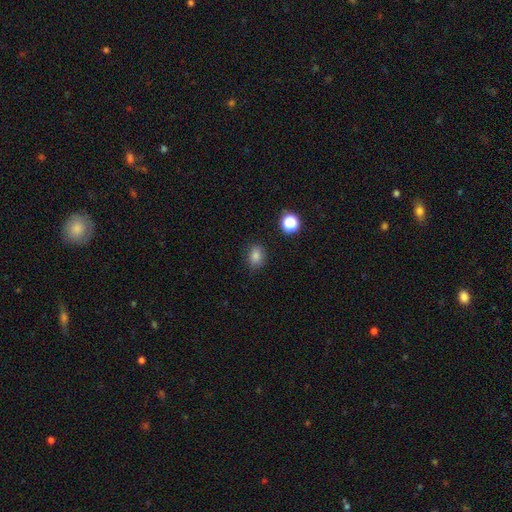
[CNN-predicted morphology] smooth_or_featured: smooth (p=0.82) [alt: star or artifact p=0.13]
how_rounded: in between (p=0.60) [alt: round p=0.39]
merging: none (p=0.84) [alt: minor disturbance p=0.11]